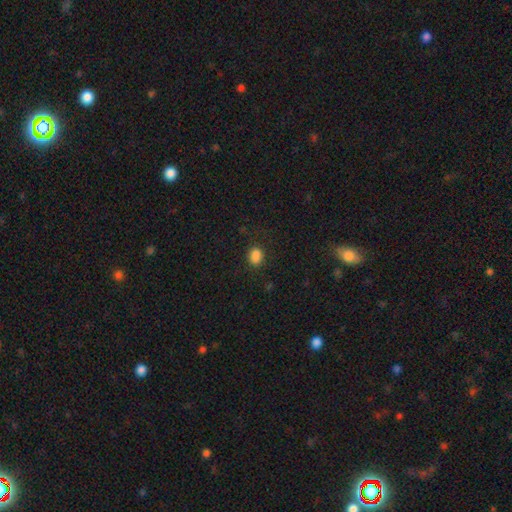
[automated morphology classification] This is clearly a smooth galaxy (85%). How rounded: likely in between (63%). Merging: clearly none (82%).